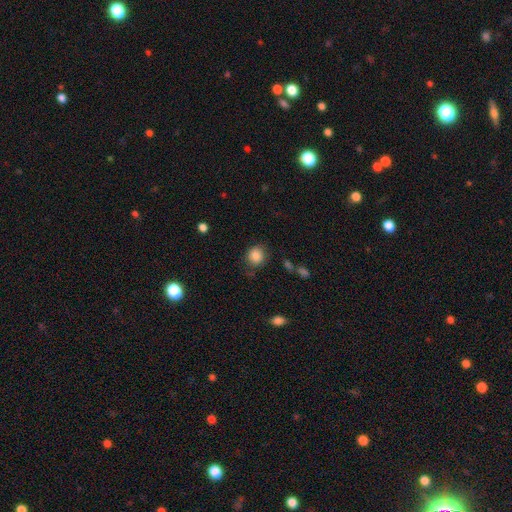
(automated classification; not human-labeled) Morphology: type=smooth (86%); roundness=round (78%); merging=none (77%).